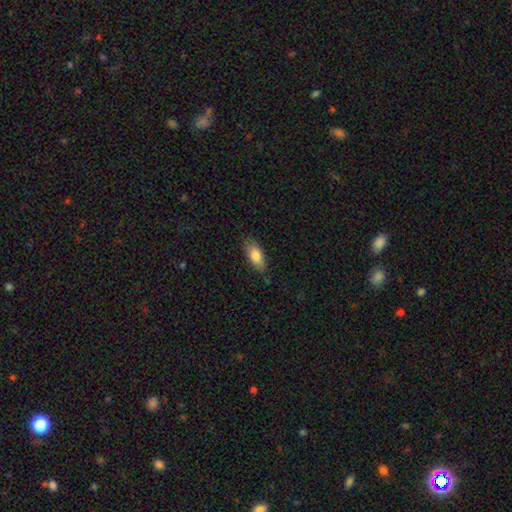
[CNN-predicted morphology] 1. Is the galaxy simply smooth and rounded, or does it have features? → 80% smooth, 13% featured or disk, 7% star or artifact.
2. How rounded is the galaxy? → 82% in between, 15% cigar-shaped, 3% round.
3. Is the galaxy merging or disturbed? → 81% none, 15% minor disturbance, 3% major disturbance, 1% merger.